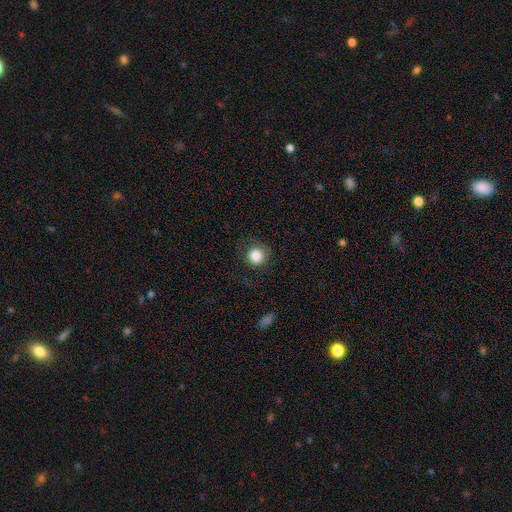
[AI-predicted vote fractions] This appears to be a smooth galaxy with no disk features (85%) that is round (92%). Merging: none (82%).